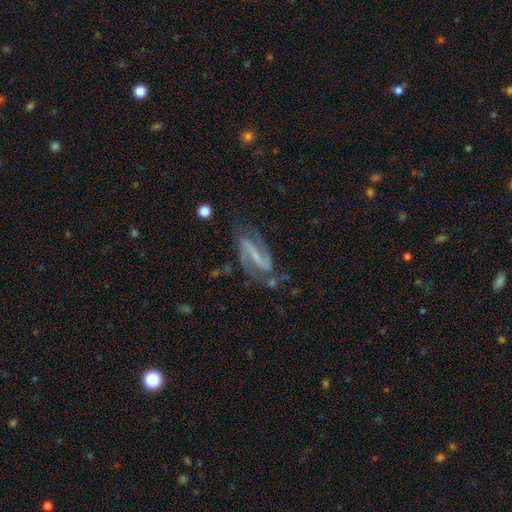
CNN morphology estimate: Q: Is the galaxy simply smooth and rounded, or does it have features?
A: featured or disk — 89%.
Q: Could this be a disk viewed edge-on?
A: no — 96%.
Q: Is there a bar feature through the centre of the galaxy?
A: strong — 60%.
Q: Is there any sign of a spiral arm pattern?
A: yes — 97%.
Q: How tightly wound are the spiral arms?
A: medium — 54%.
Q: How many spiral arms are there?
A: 2 — 93%.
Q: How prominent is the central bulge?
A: small — 54%.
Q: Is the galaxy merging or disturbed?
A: none — 71%.